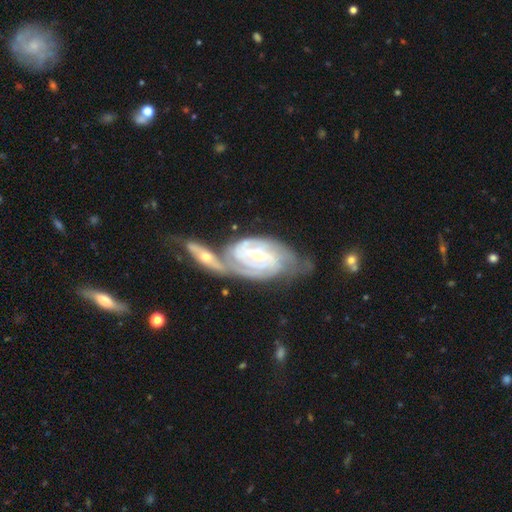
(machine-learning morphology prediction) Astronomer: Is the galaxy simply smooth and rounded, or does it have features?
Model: featured or disk — 91%.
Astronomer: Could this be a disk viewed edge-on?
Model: no — 96%.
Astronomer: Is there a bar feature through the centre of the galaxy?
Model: weak — 48% (runner-up: strong, 30%).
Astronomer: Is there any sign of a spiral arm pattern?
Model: yes — 98%.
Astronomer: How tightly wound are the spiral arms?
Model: tight — 66%.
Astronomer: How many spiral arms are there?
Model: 2 — 51%.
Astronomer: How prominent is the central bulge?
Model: small — 62%.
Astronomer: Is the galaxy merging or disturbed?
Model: merger — 50% (runner-up: none, 29%).